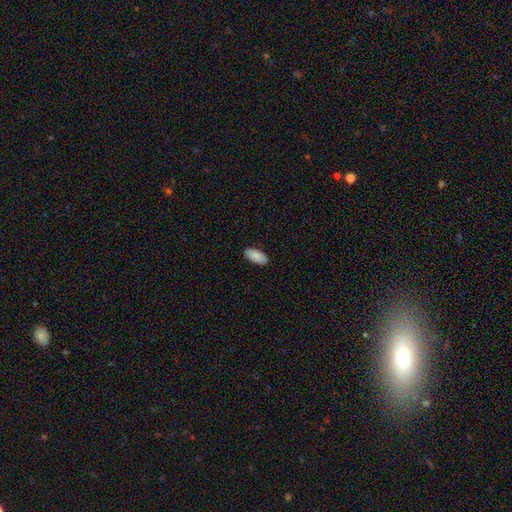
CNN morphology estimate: This is clearly a smooth galaxy (90%). How rounded: clearly in between (91%). Merging: clearly none (88%).